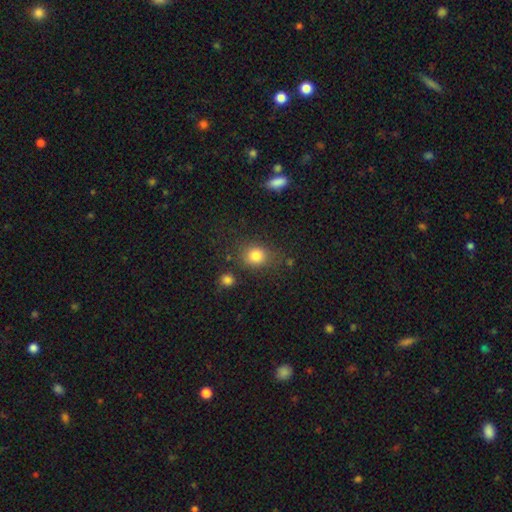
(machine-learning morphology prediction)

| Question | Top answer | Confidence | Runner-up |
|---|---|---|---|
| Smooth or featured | smooth | 81% | star or artifact (13%) |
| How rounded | round | 67% | in between (32%) |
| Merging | none | 73% | minor disturbance (15%) |